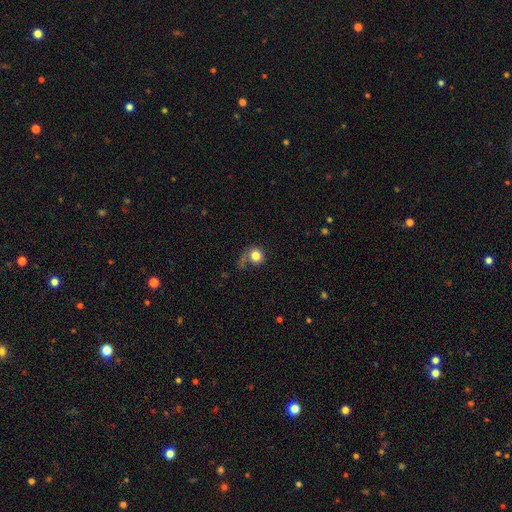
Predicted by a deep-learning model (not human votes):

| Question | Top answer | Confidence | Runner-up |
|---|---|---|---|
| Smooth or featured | smooth | 80% | featured or disk (12%) |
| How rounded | round | 85% | in between (14%) |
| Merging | none | 47% | major disturbance (24%) |